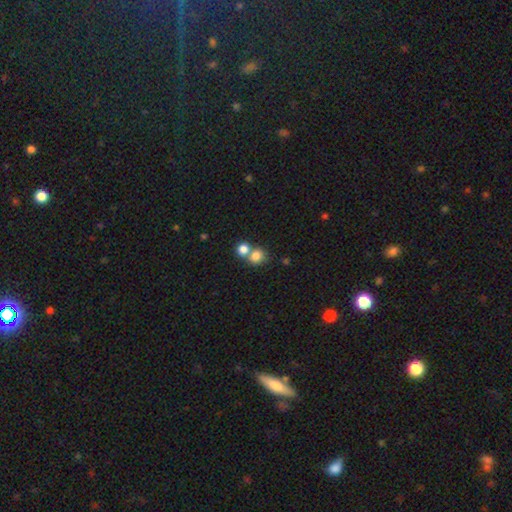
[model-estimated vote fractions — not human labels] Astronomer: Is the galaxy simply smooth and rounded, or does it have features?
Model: smooth — 80%.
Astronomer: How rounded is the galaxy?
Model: round — 77%.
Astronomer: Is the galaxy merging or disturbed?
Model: merger — 47% (runner-up: none, 43%).